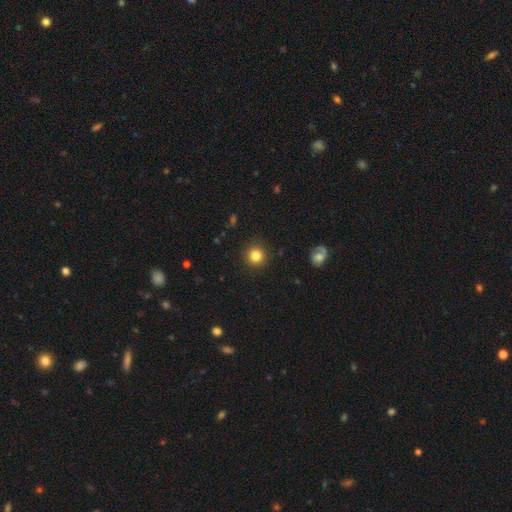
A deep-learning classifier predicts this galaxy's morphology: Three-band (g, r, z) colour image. It shows a smooth galaxy with no disk features (83%) that is round (94%). Merging: none (90%).